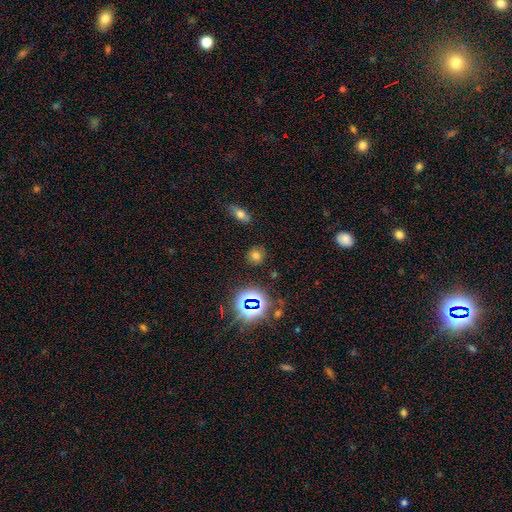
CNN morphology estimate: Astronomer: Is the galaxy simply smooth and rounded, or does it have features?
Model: smooth — 67%.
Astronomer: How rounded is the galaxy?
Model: round — 81%.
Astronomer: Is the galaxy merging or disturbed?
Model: none — 85%.